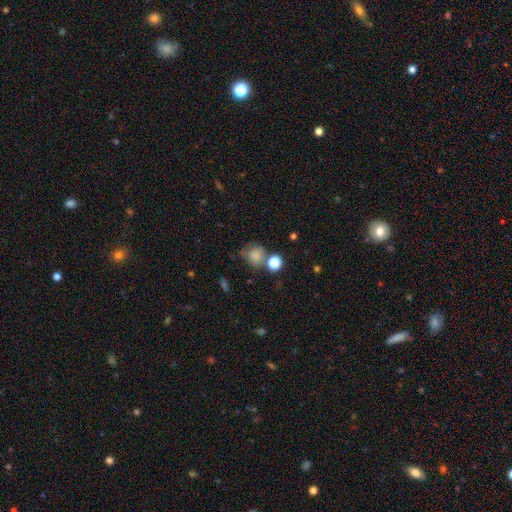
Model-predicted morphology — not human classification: Smooth or featured? smooth (78%)
How rounded? round (77%)
Merging? none (50%)